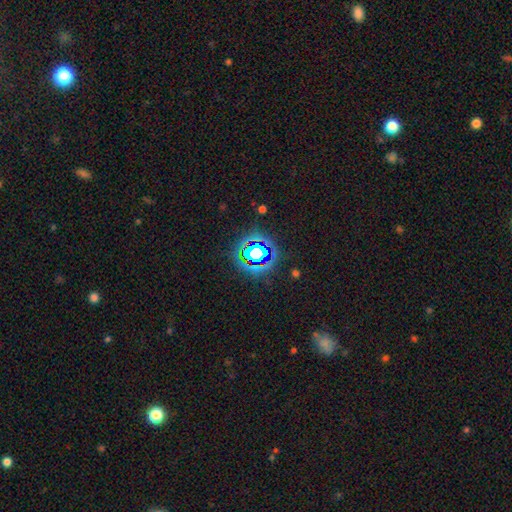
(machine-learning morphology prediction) smooth-or-featured: star or artifact: 78% | smooth: 14% | featured or disk: 8%